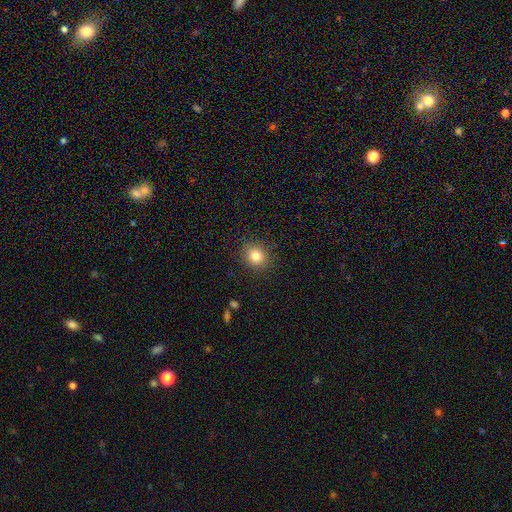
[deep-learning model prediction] Q: Smooth or featured?
A: smooth (82%); runner-up: star or artifact (11%)
Q: How rounded?
A: round (73%); runner-up: in between (26%)
Q: Merging?
A: none (88%); runner-up: minor disturbance (8%)